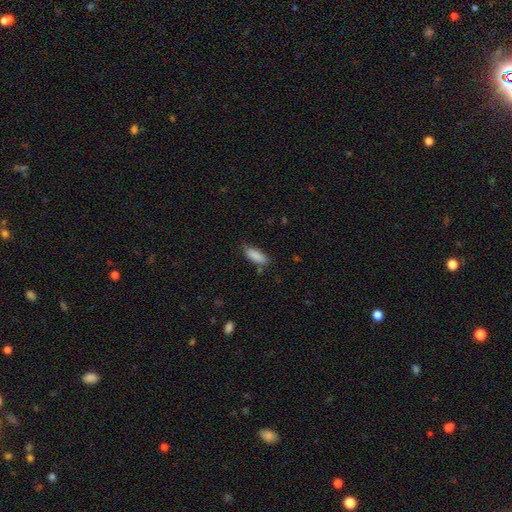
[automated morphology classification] A smooth galaxy with no disk features (88%) that is in between round and cigar-shaped (71%). Merging: none (76%).